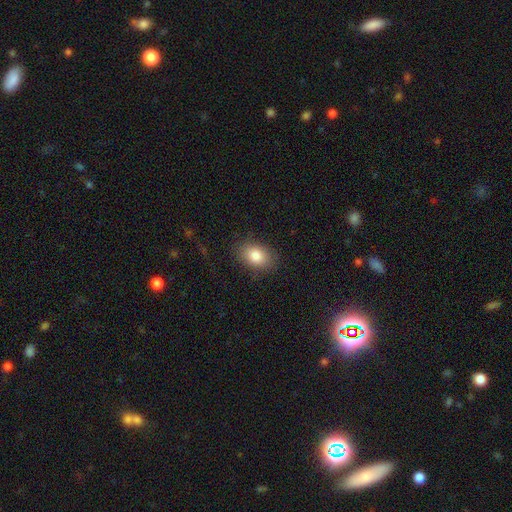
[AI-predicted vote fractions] Smooth or featured? Predicted: smooth (p=0.83). How rounded? Predicted: in between (p=0.80). Merging? Predicted: none (p=0.84).